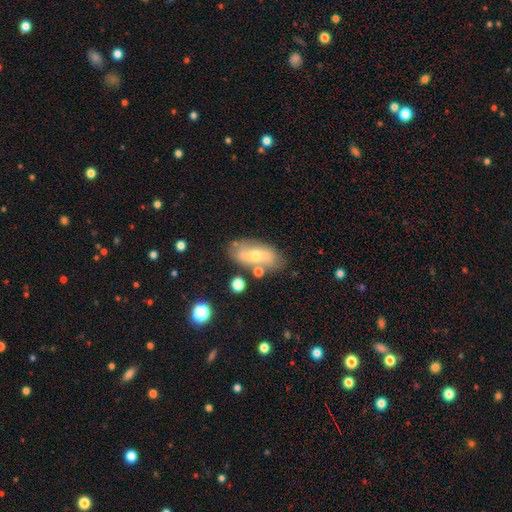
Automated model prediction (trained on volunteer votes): Smooth or featured? featured or disk (51%)
Edge-on disk? no (85%)
Merging? none (70%)